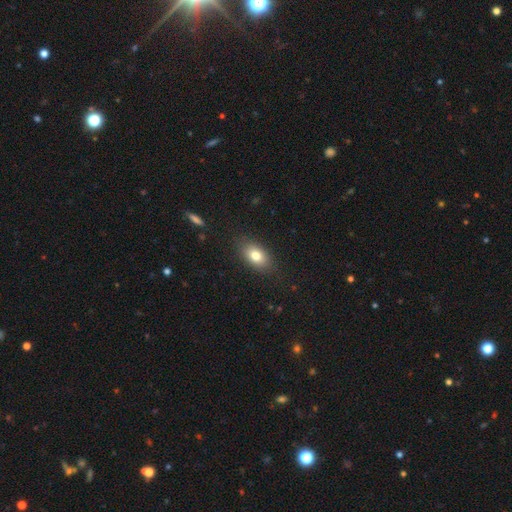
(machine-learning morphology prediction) Smooth or featured? Predicted: smooth (p=0.78). How rounded? Predicted: in between (p=0.86). Merging? Predicted: none (p=0.84).